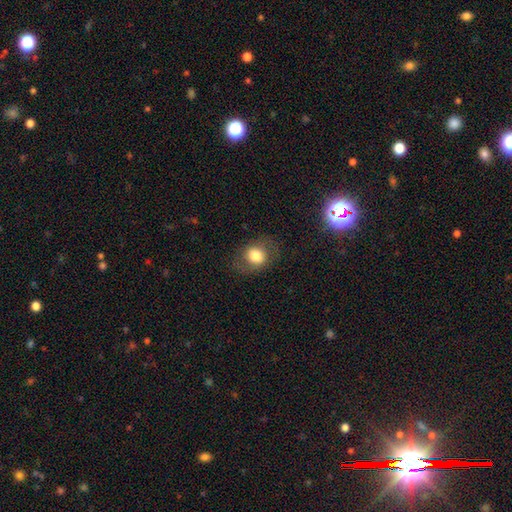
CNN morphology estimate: Smooth or featured: smooth — 75% (featured or disk — 15%)
How rounded: round — 58% (in between — 41%)
Merging: none — 76% (minor disturbance — 15%)